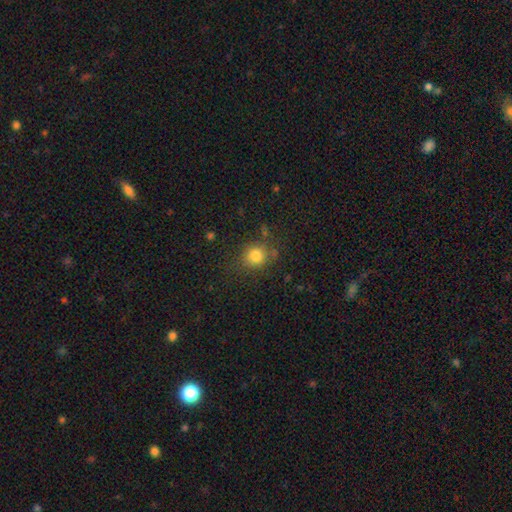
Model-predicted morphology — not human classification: A smooth galaxy with no disk features (82%) that is round (84%). Merging: none (76%).